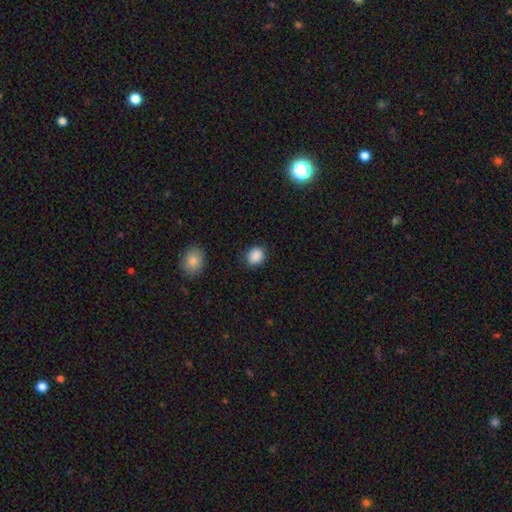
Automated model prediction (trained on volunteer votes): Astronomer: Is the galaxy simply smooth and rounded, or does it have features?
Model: smooth — 88%.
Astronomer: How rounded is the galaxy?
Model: round — 72%.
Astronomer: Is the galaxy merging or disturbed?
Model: none — 86%.